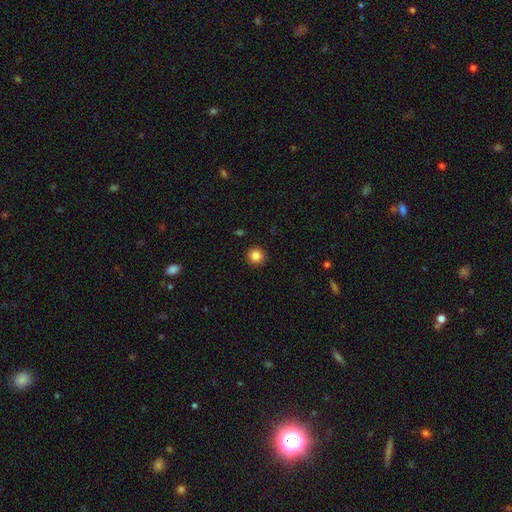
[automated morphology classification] smooth_or_featured: smooth (p=0.85) [alt: star or artifact p=0.10]
how_rounded: round (p=0.95) [alt: in between p=0.04]
merging: none (p=0.93) [alt: minor disturbance p=0.05]